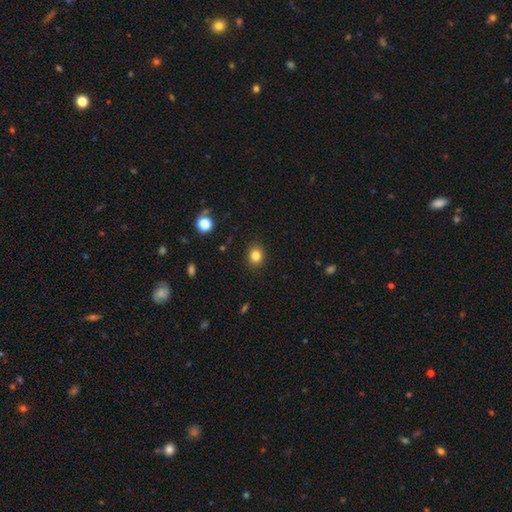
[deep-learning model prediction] A smooth galaxy with no disk features (82%) that is round (69%).

Vote fractions:
- Smooth or featured? smooth: 82% / star or artifact: 12% / featured or disk: 6%
- How rounded? round: 69% / in between: 31% / cigar-shaped: 1%
- Merging? none: 90% / minor disturbance: 7% / major disturbance: 2% / merger: 1%